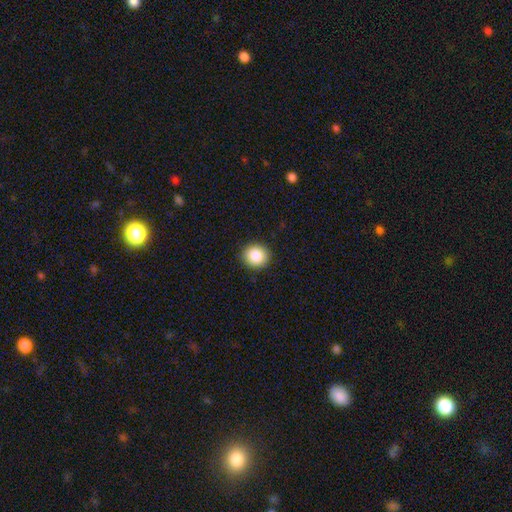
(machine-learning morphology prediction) type=smooth (87%); roundness=round (88%); merging=none (91%).